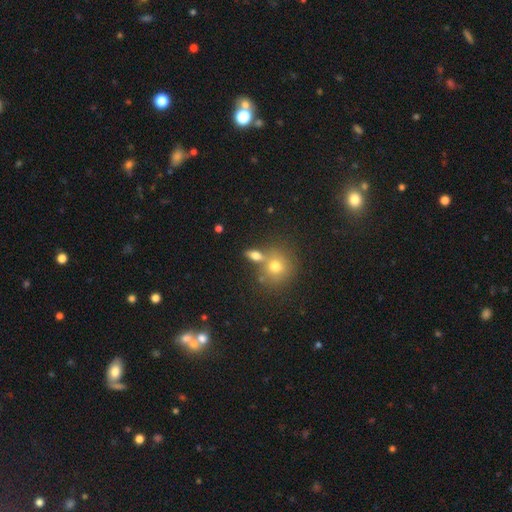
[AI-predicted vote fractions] Smooth or featured?
  - smooth: 71% *
  - featured or disk: 18%
  - star or artifact: 12%
How rounded?
  - in between: 63% *
  - round: 27%
  - cigar-shaped: 10%
Merging?
  - none: 53% *
  - merger: 31%
  - minor disturbance: 11%
  - major disturbance: 5%